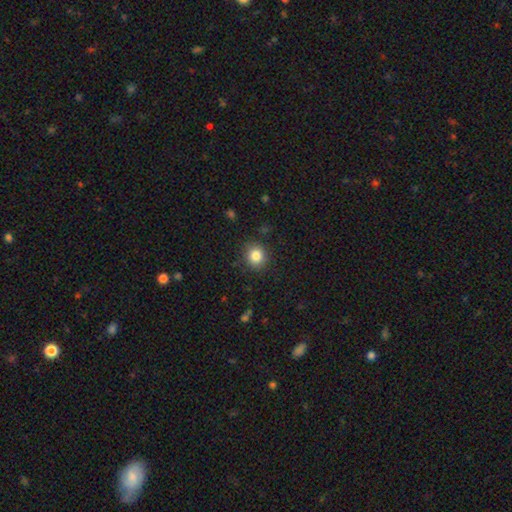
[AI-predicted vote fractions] smooth_or_featured: smooth (p=0.84) [alt: star or artifact p=0.11]
how_rounded: round (p=0.83) [alt: in between p=0.16]
merging: none (p=0.88) [alt: minor disturbance p=0.08]